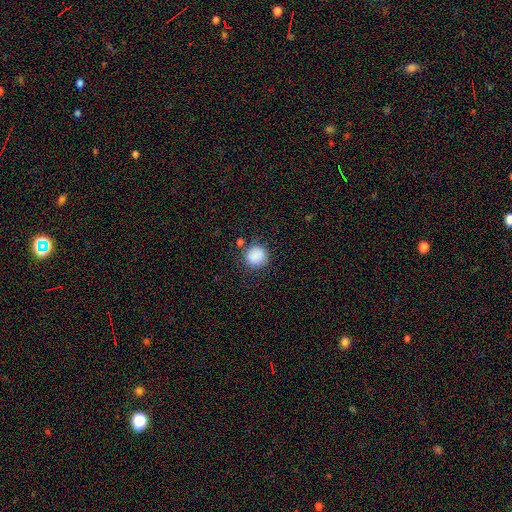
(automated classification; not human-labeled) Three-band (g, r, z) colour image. It shows a smooth galaxy with no disk features (87%) that is round (90%). Merging: none (79%).